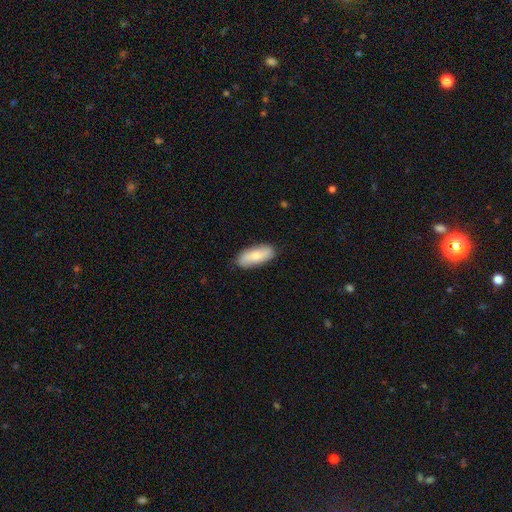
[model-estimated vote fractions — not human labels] Q: Smooth or featured?
A: smooth (73%); runner-up: featured or disk (21%)
Q: How rounded?
A: in between (77%); runner-up: cigar-shaped (20%)
Q: Merging?
A: none (86%); runner-up: minor disturbance (11%)